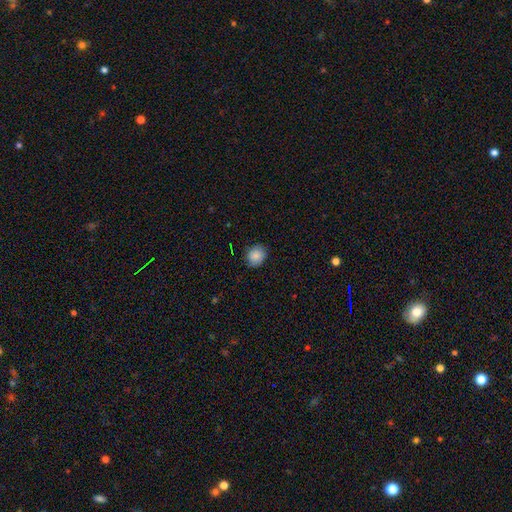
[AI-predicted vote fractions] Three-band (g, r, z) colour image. It shows a smooth galaxy with no disk features (87%) that is round (75%). Merging: none (83%).